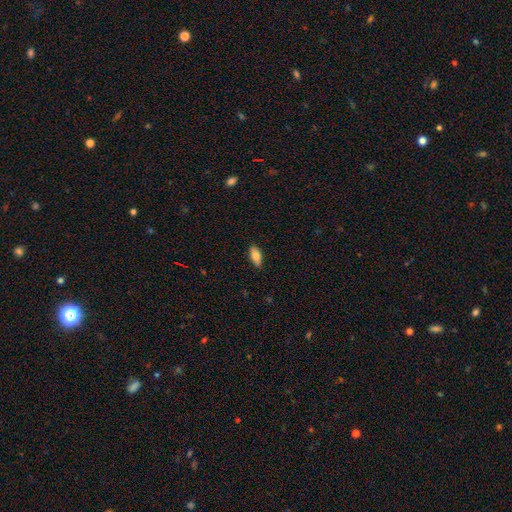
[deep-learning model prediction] The model was most divided on "smooth or featured": smooth: 82%, featured or disk: 11%, star or artifact: 7%. More confident: merging — none (88%); how rounded — in between (86%).